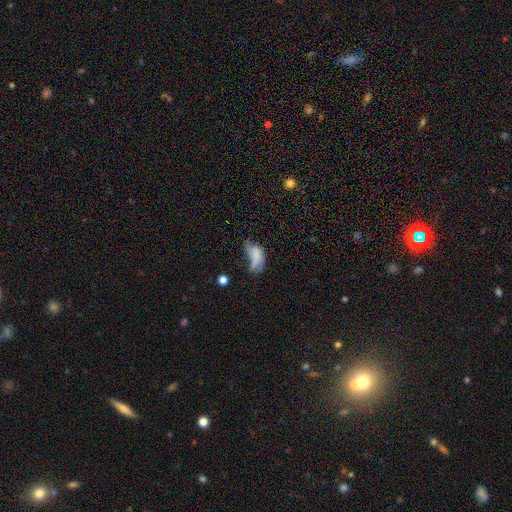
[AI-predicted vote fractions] Smooth or featured?
  - smooth: 54% *
  - featured or disk: 33%
  - star or artifact: 13%
How rounded?
  - in between: 89% *
  - cigar-shaped: 6%
  - round: 6%
Merging?
  - major disturbance: 46% *
  - minor disturbance: 22%
  - none: 19%
  - merger: 13%